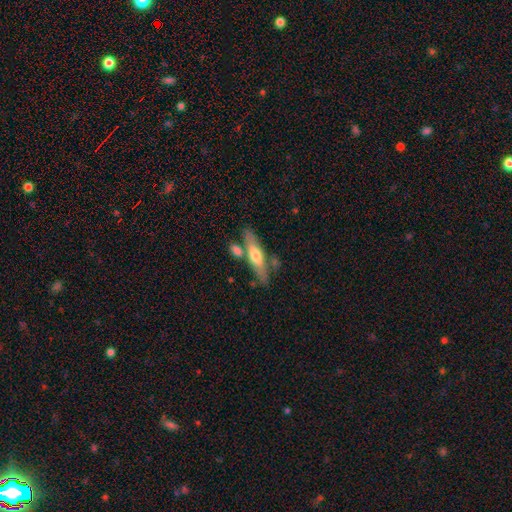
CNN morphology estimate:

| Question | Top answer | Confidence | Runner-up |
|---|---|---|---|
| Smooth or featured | smooth | 48% | featured or disk (46%) |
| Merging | none | 66% | merger (15%) |